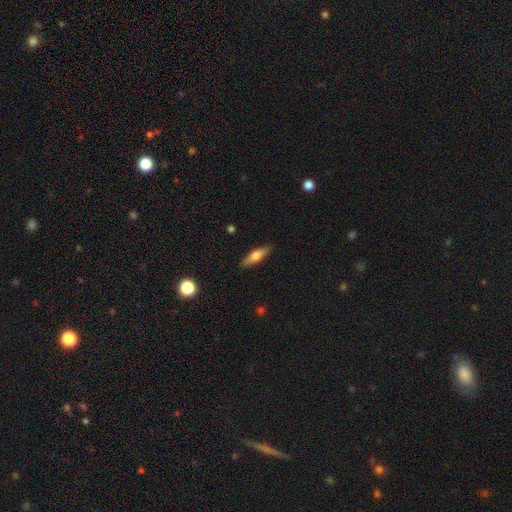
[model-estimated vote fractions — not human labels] smooth-or-featured: smooth: 60% | featured or disk: 33% | star or artifact: 7%
  how-rounded: cigar-shaped: 58% | in between: 39% | round: 3%
  merging: none: 88% | minor disturbance: 9% | major disturbance: 2% | merger: 1%